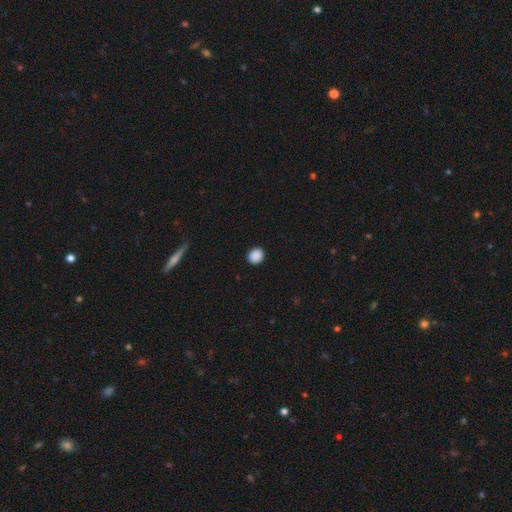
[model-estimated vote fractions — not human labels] Overall: smooth (89%). How rounded: round (76%). Merging: none (91%).